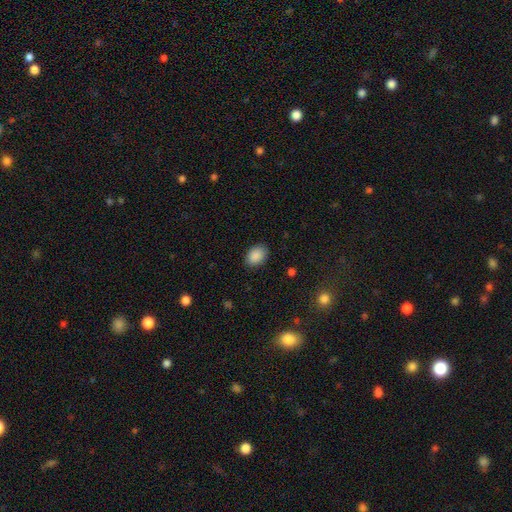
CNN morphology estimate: Q: Smooth or featured?
A: smooth (89%); runner-up: star or artifact (8%)
Q: How rounded?
A: in between (77%); runner-up: round (22%)
Q: Merging?
A: none (86%); runner-up: minor disturbance (10%)